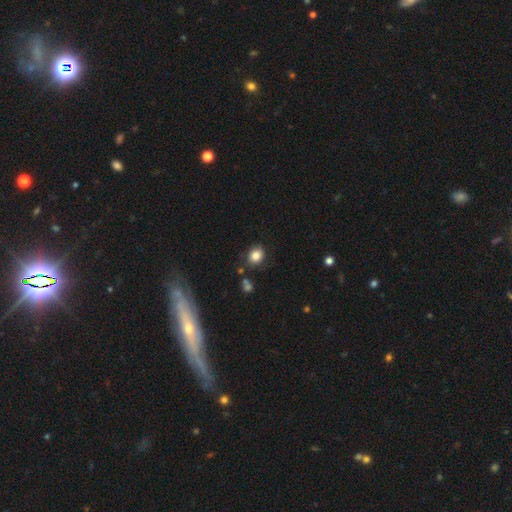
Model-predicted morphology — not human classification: Q: Smooth or featured?
A: smooth (84%); runner-up: star or artifact (10%)
Q: How rounded?
A: round (57%); runner-up: in between (42%)
Q: Merging?
A: none (77%); runner-up: minor disturbance (15%)